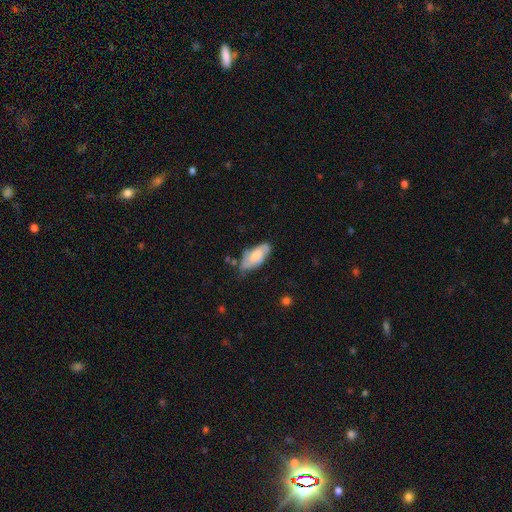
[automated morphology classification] Smooth or featured? smooth (58%)
How rounded? in between (84%)
Merging? none (60%)